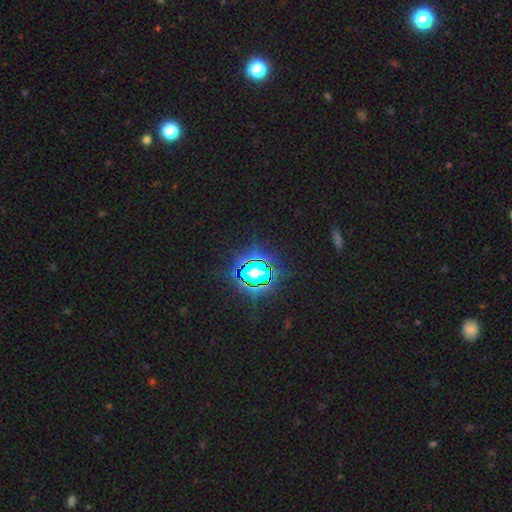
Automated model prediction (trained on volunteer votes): This is clearly a star or artifact rather than a galaxy (81%).